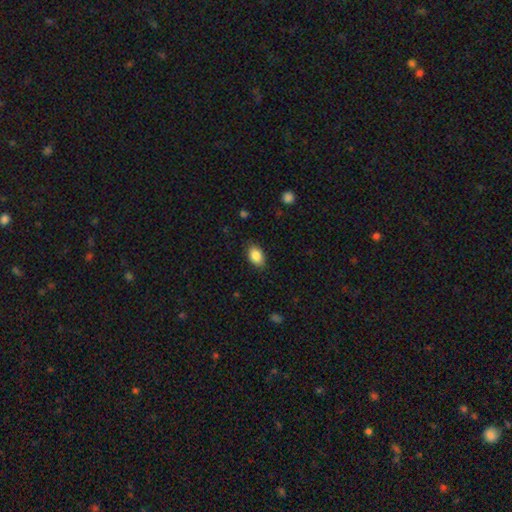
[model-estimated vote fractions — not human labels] Q: Smooth or featured?
A: smooth (88%); runner-up: star or artifact (7%)
Q: How rounded?
A: in between (87%); runner-up: round (12%)
Q: Merging?
A: none (85%); runner-up: minor disturbance (12%)